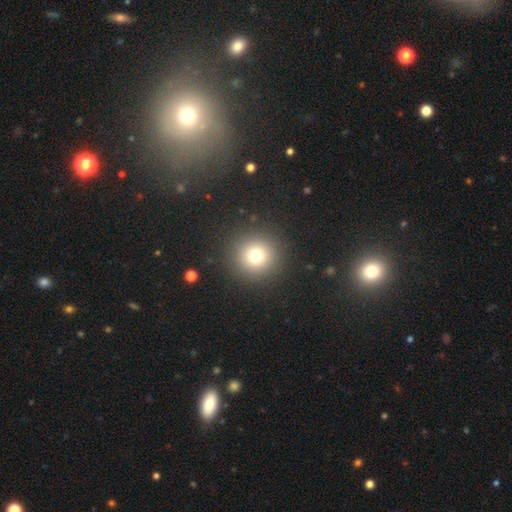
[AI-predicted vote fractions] This is likely a smooth galaxy (75%). How rounded: clearly round (95%). Merging: clearly none (90%).